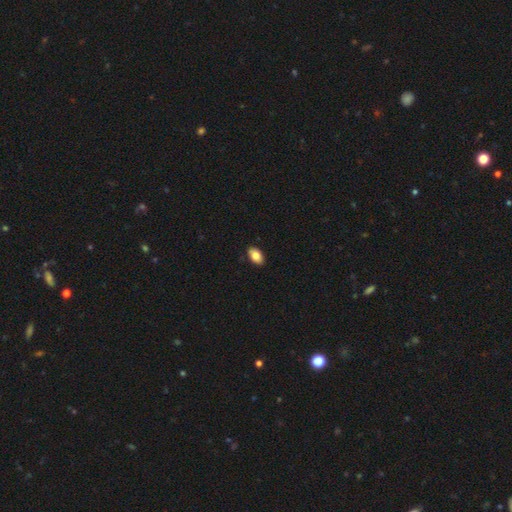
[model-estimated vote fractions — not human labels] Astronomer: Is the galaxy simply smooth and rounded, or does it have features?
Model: smooth — 84%.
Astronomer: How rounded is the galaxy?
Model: in between — 92%.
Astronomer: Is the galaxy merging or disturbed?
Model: none — 90%.